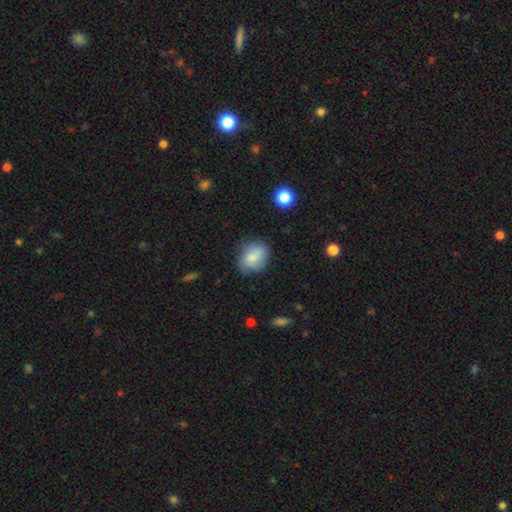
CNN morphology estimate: This is likely a smooth galaxy (79%). How rounded: possibly in between (55%). Merging: likely none (72%).